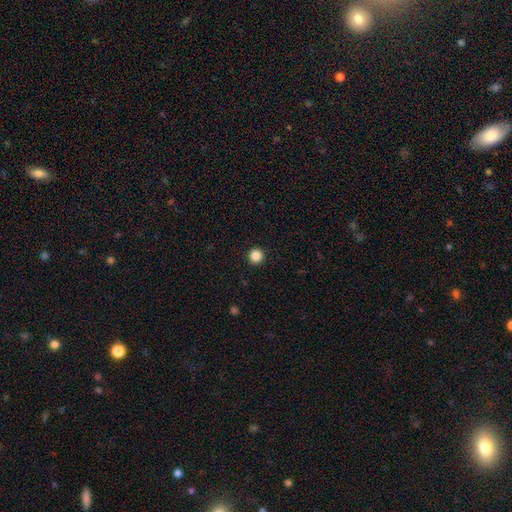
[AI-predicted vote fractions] A smooth galaxy with no disk features (86%) that is round (96%).

Vote fractions:
- Smooth or featured? smooth: 86% / star or artifact: 11% / featured or disk: 3%
- How rounded? round: 96% / in between: 3% / cigar-shaped: 1%
- Merging? none: 94% / minor disturbance: 4% / major disturbance: 1% / merger: 1%